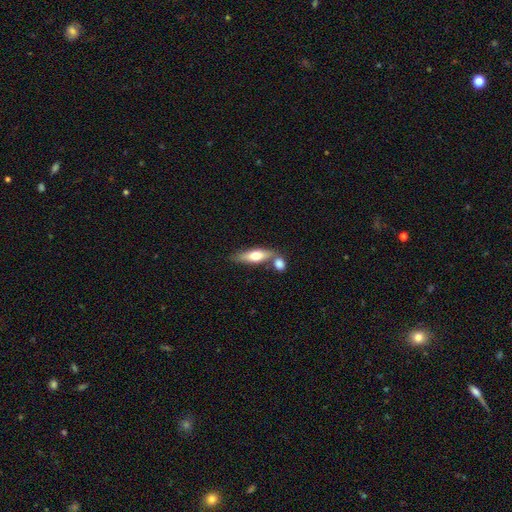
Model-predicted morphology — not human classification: Smooth or featured: smooth — 59% (featured or disk — 35%)
How rounded: in between — 51% (cigar-shaped — 46%)
Merging: none — 51% (merger — 32%)